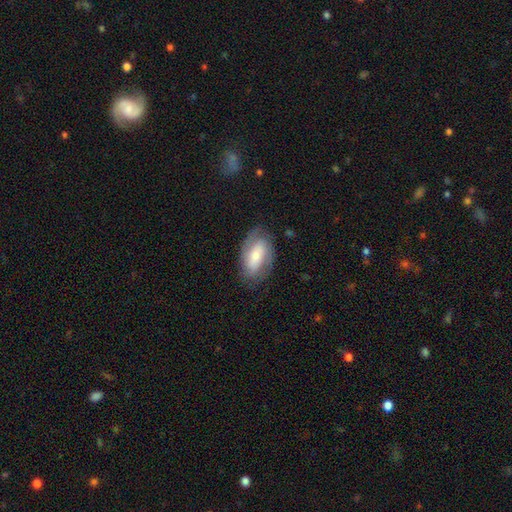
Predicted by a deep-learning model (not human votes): smooth_or_featured: featured or disk (p=0.52) [alt: smooth p=0.41]
disk_edge_on: no (p=0.92) [alt: yes p=0.08]
merging: none (p=0.73) [alt: minor disturbance p=0.18]